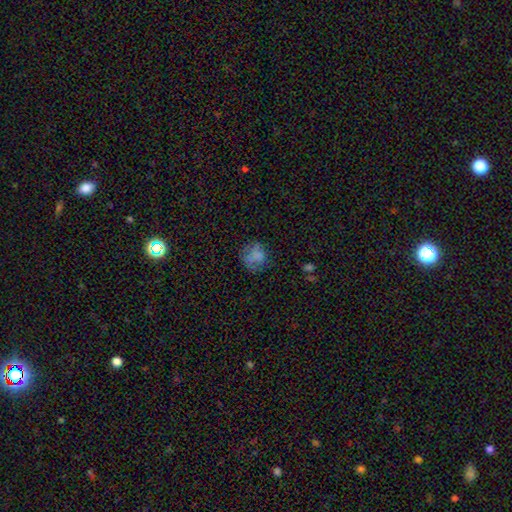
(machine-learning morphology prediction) type=smooth (66%); roundness=round (73%); merging=none (55%).